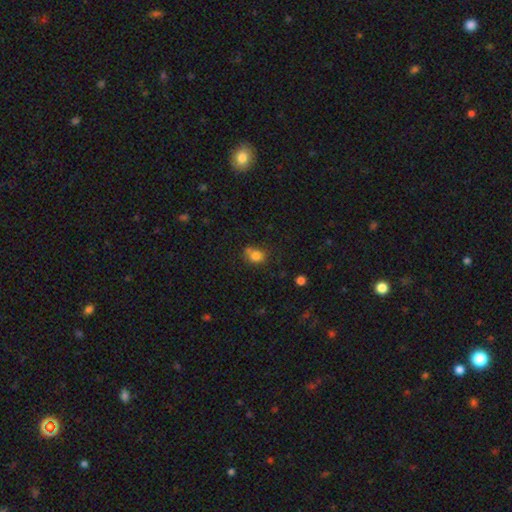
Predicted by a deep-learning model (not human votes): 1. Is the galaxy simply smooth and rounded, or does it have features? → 79% smooth, 12% star or artifact, 9% featured or disk.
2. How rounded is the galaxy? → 60% round, 39% in between, 1% cigar-shaped.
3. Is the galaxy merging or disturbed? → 57% none, 19% merger, 18% minor disturbance, 6% major disturbance.